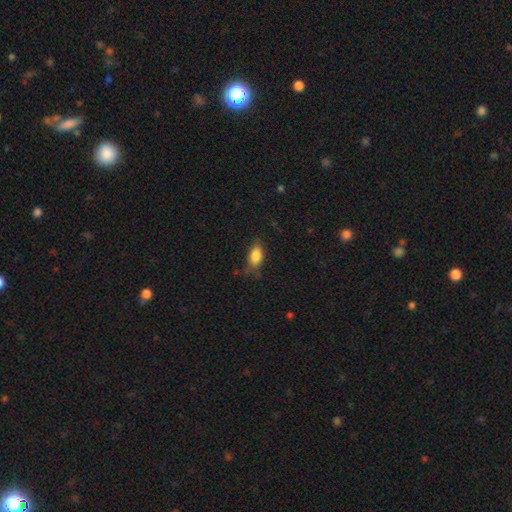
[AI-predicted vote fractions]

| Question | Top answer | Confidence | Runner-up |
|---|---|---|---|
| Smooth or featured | smooth | 84% | star or artifact (8%) |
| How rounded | in between | 88% | cigar-shaped (7%) |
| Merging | none | 65% | minor disturbance (26%) |